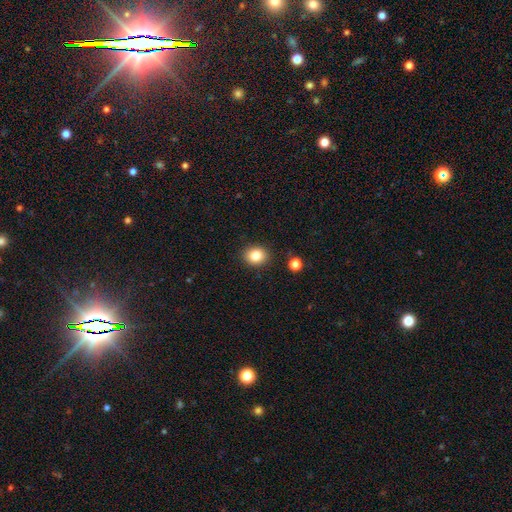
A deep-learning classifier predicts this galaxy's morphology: smooth_or_featured: smooth (p=0.83) [alt: star or artifact p=0.11]
how_rounded: round (p=0.64) [alt: in between p=0.35]
merging: none (p=0.89) [alt: minor disturbance p=0.07]